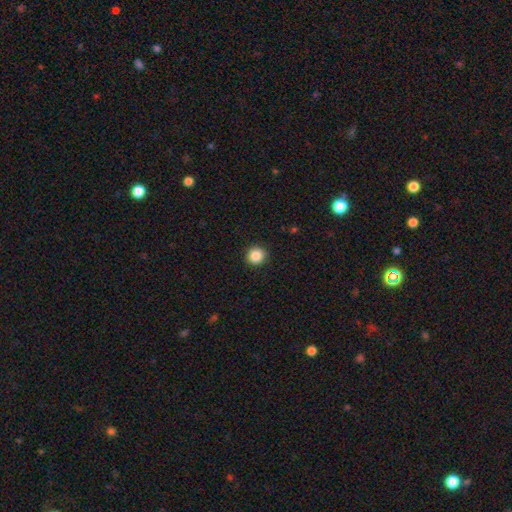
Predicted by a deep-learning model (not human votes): Smooth or featured? Predicted: smooth (p=0.86). How rounded? Predicted: round (p=0.92). Merging? Predicted: none (p=0.92).